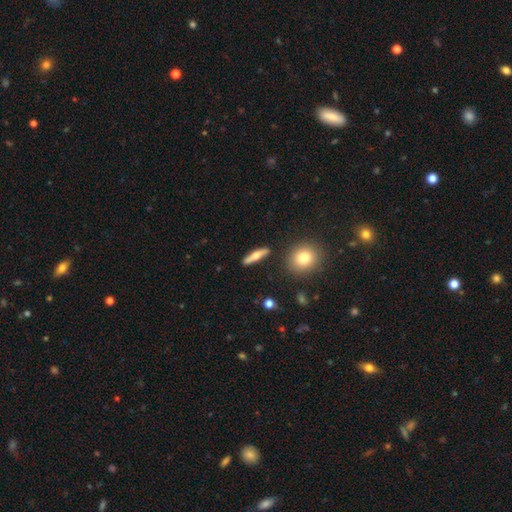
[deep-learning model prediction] Smooth or featured? Predicted: smooth (p=0.50). Merging? Predicted: none (p=0.86).